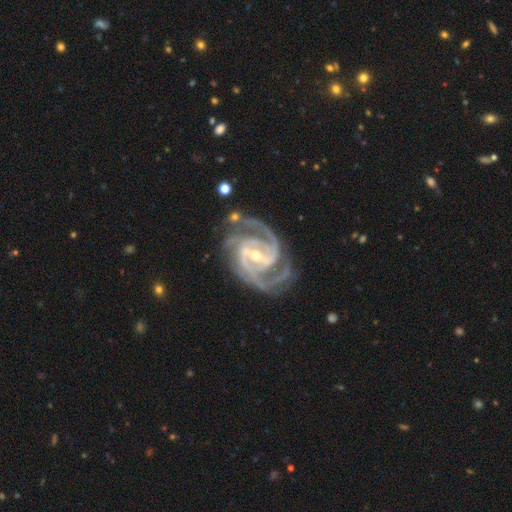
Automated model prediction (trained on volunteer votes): Smooth or featured? featured or disk (94%)
Edge-on disk? no (98%)
Bar? strong (54%)
Spiral arms? yes (99%)
Spiral winding? tight (49%)
Spiral arm count? 3 (39%)
Bulge size? small (58%)
Merging? none (71%)